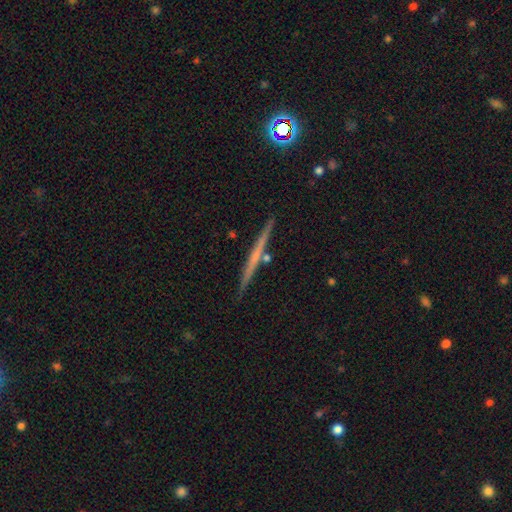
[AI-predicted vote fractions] This appears to be a featured or disk galaxy (59%) viewed edge-on (98%) with no central bulge (83%). Merging: none (89%).